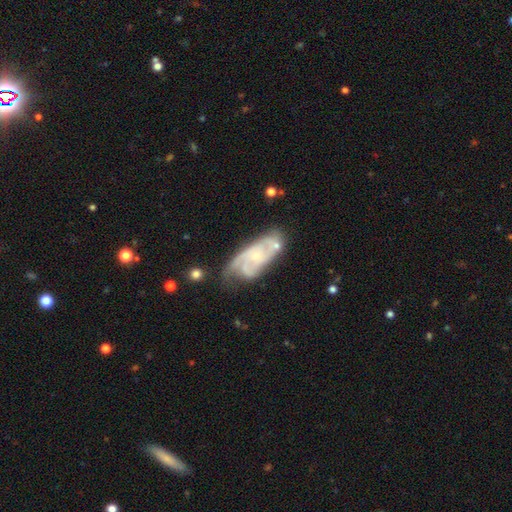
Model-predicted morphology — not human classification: Overall: featured or disk (81%). Edge-on disk: no (94%). Bar: no (68%). Spiral arms: yes (93%). Spiral arm count: 3 (33%; 2 27%). Spiral winding: tight (48%; medium 40%). Bulge size: small (72%). Merging: none (56%; minor disturbance 25%).